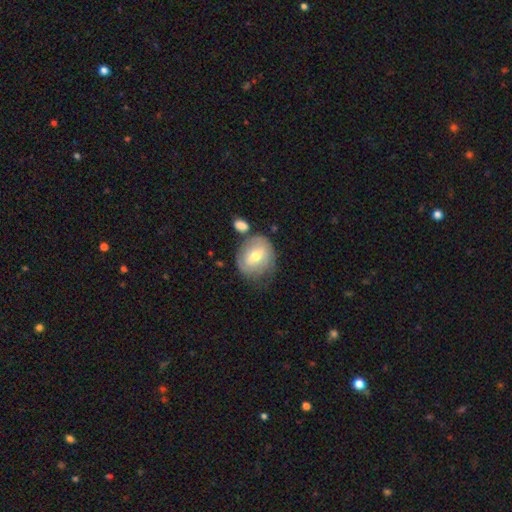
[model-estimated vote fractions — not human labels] This is possibly a smooth galaxy (49%). Merging: possibly none (58%).